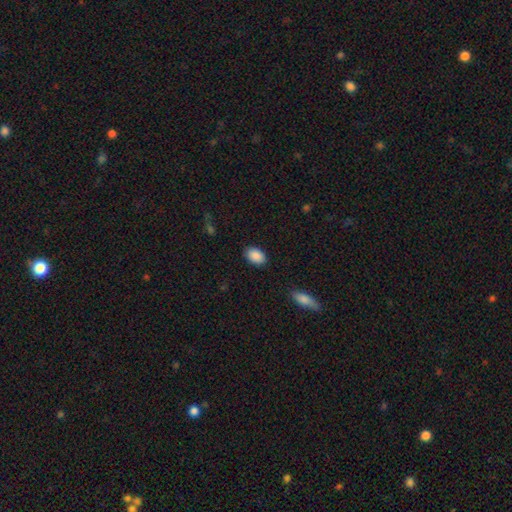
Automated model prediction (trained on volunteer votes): Q: Smooth or featured?
A: smooth (90%); runner-up: star or artifact (7%)
Q: How rounded?
A: in between (87%); runner-up: round (12%)
Q: Merging?
A: none (88%); runner-up: minor disturbance (9%)